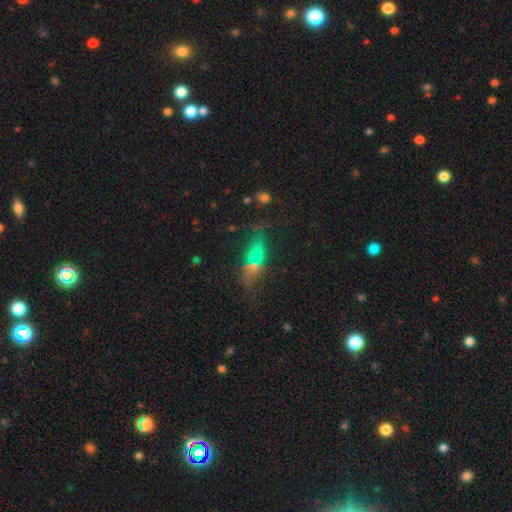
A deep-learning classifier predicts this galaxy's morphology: This appears to be a smooth galaxy with no disk features (46%). Merging: none (50%).